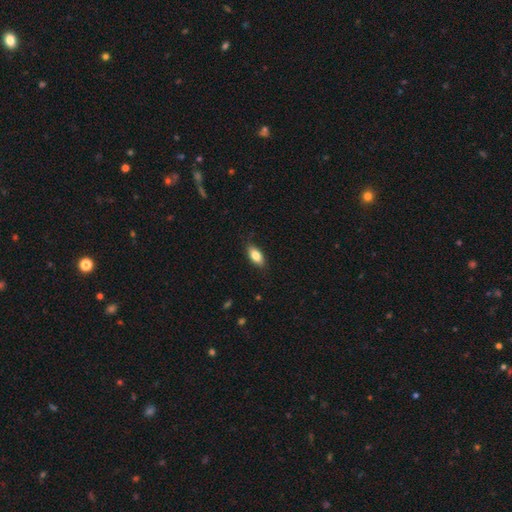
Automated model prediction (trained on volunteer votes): The model was most divided on "smooth or featured": smooth: 82%, featured or disk: 11%, star or artifact: 7%. More confident: how rounded — in between (87%); merging — none (84%).